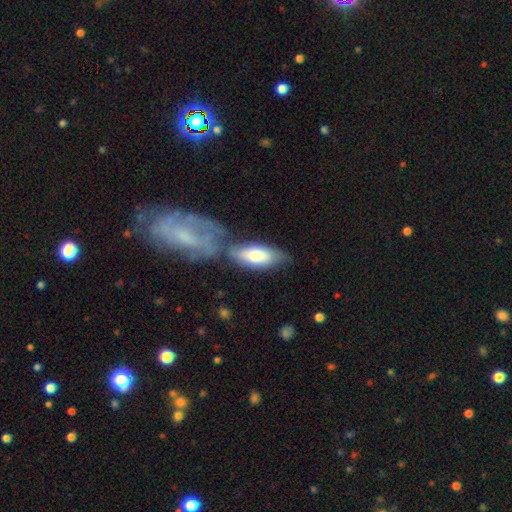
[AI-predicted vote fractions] smooth-or-featured: smooth: 65% | featured or disk: 30% | star or artifact: 5%
  how-rounded: in between: 78% | cigar-shaped: 19% | round: 3%
  merging: none: 54% | merger: 23% | minor disturbance: 17% | major disturbance: 7%